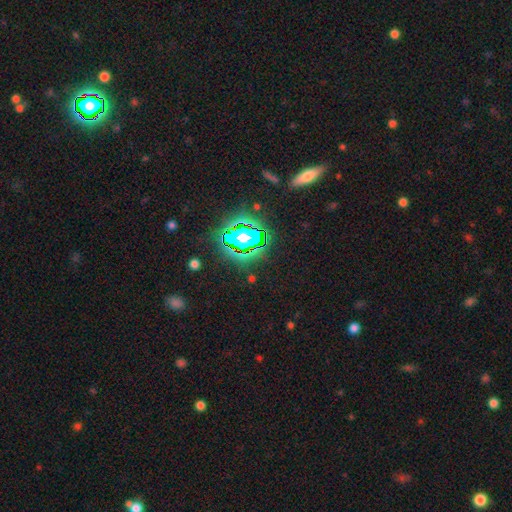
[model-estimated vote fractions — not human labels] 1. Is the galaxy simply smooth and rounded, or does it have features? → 78% star or artifact, 13% smooth, 9% featured or disk.